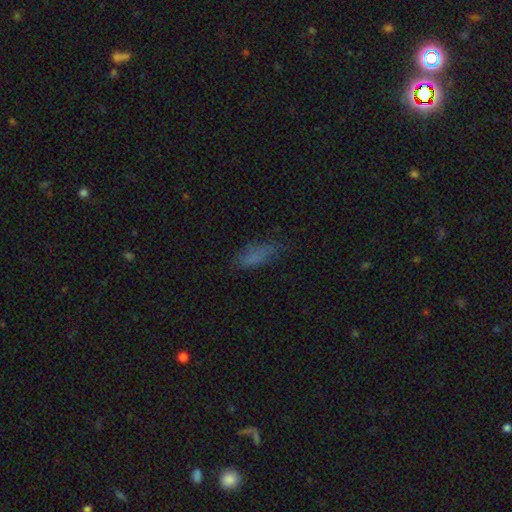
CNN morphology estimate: A smooth galaxy with no disk features (73%) that is in between round and cigar-shaped (58%). Merging: none (64%).